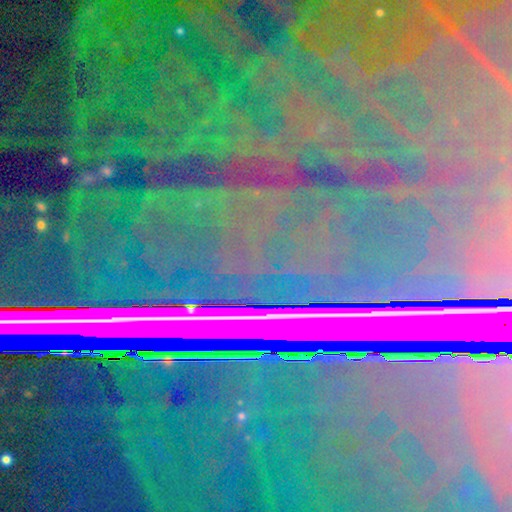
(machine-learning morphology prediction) smooth_or_featured: star or artifact (p=0.86) [alt: featured or disk p=0.08]